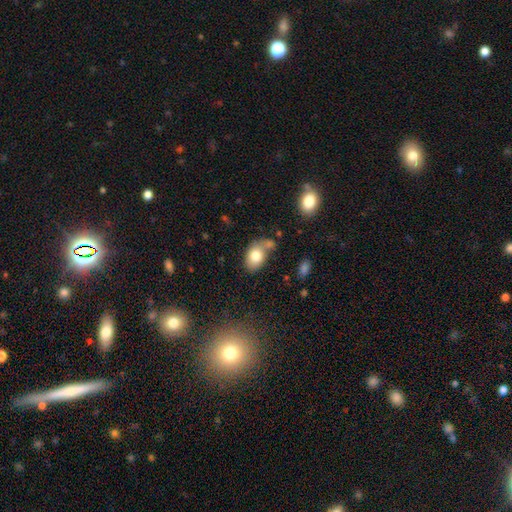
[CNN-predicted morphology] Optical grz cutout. It shows a smooth galaxy with no disk features (78%) that is in between round and cigar-shaped (82%). Merging: none (53%).